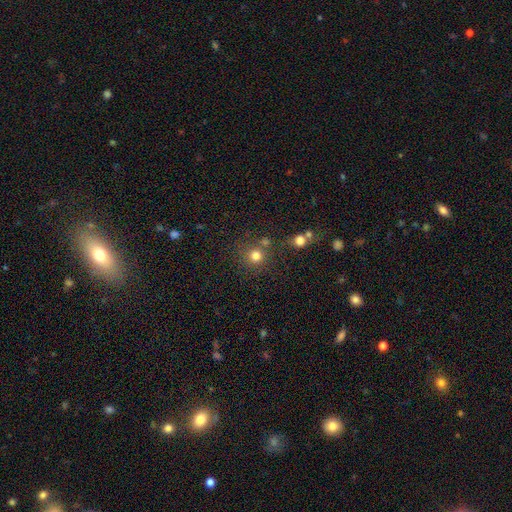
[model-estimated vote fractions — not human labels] This is likely a smooth galaxy (78%). How rounded: clearly round (92%). Merging: likely none (71%).